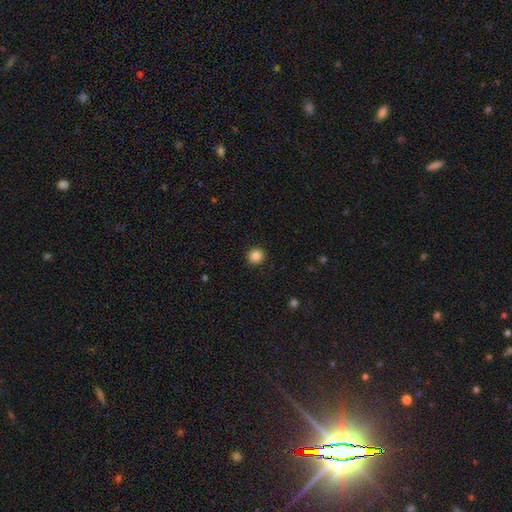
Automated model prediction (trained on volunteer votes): Overall: smooth (86%). How rounded: round (94%). Merging: none (93%).